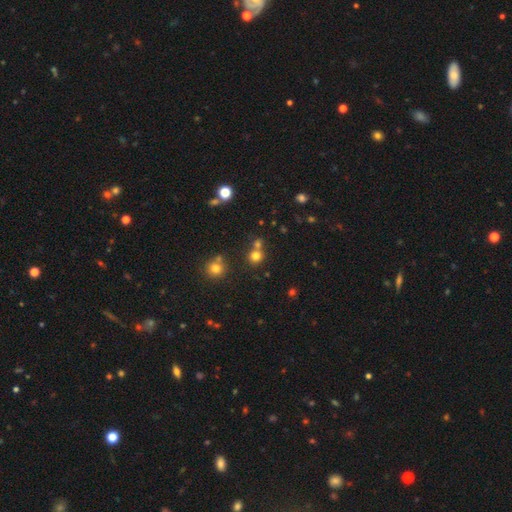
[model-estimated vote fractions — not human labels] smooth_or_featured: smooth (p=0.74) [alt: star or artifact p=0.18]
how_rounded: round (p=0.89) [alt: in between p=0.10]
merging: none (p=0.62) [alt: merger p=0.28]